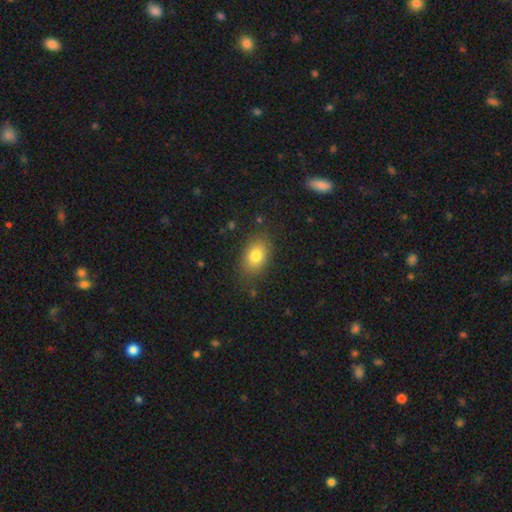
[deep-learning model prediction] This appears to be a smooth galaxy with no disk features (80%) that is in between round and cigar-shaped (82%). Merging: none (82%).